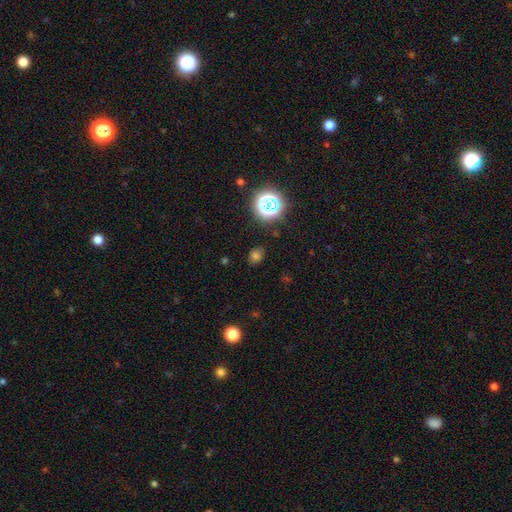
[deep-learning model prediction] smooth_or_featured: smooth (p=0.66) [alt: star or artifact p=0.27]
how_rounded: round (p=0.60) [alt: in between p=0.38]
merging: none (p=0.80) [alt: minor disturbance p=0.13]